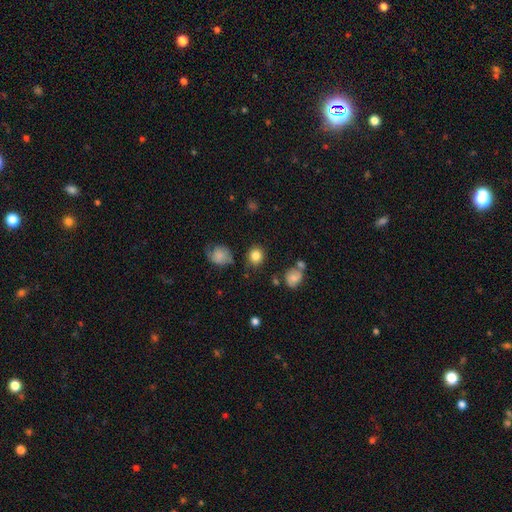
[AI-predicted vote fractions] This is clearly a smooth galaxy (83%). How rounded: likely round (78%). Merging: likely none (78%).